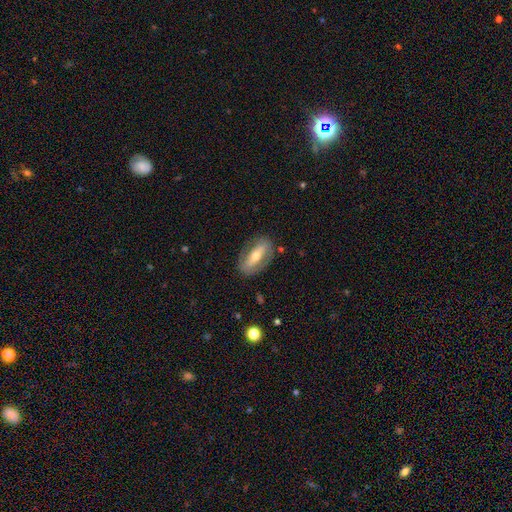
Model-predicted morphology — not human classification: This appears to be a featured or disk galaxy (53%). Merging: none (80%).